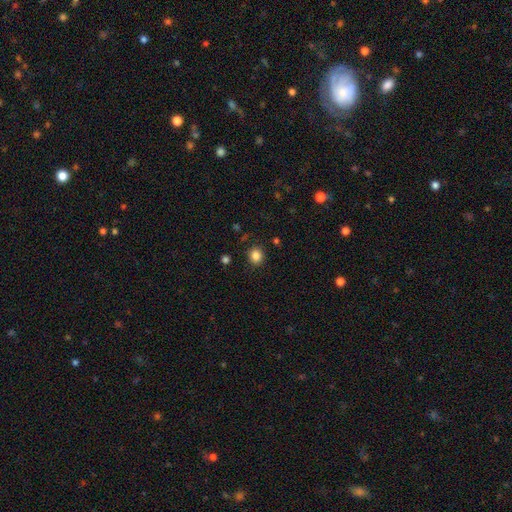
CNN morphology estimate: Smooth or featured? Predicted: smooth (p=0.85). How rounded? Predicted: round (p=0.85). Merging? Predicted: none (p=0.89).